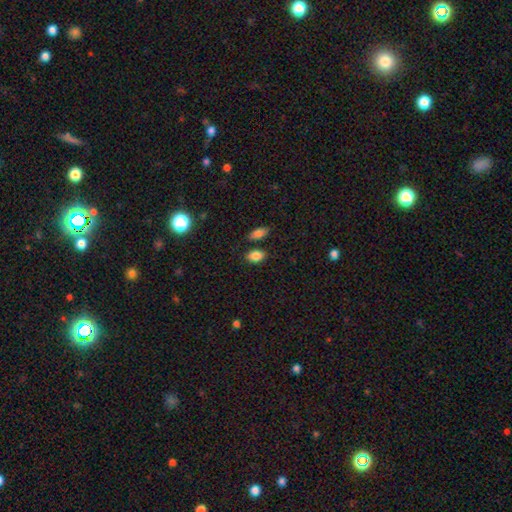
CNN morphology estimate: Smooth or featured? smooth (84%)
How rounded? in between (87%)
Merging? none (77%)